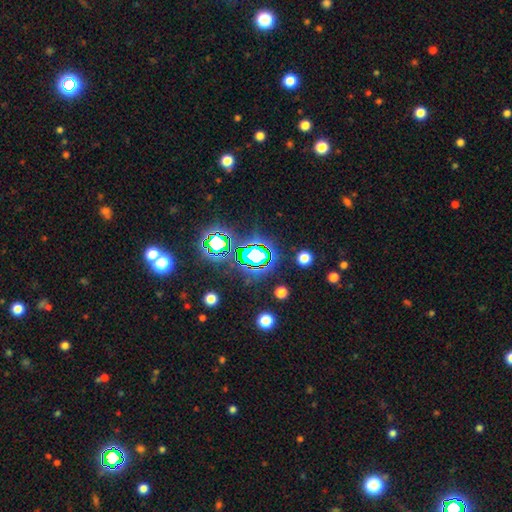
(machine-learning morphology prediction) This is likely a star or artifact rather than a galaxy (70%).